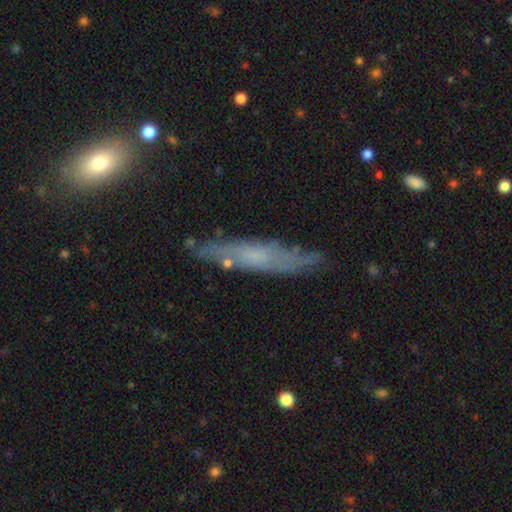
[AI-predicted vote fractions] Smooth or featured: featured or disk — 53% (smooth — 37%)
Edge-on disk: yes — 65% (no — 35%)
Merging: none — 76% (minor disturbance — 18%)